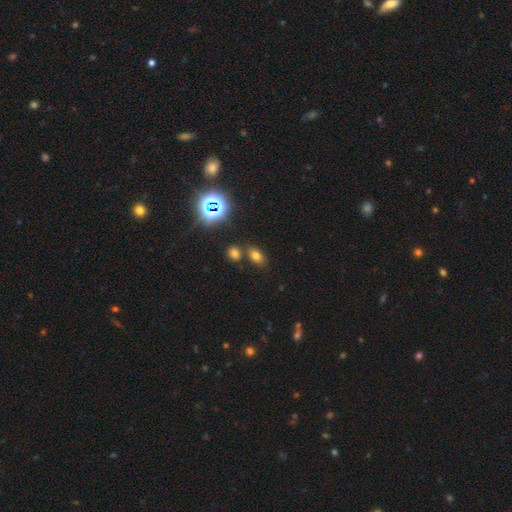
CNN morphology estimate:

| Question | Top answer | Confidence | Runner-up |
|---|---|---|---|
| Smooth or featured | smooth | 68% | star or artifact (23%) |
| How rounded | in between | 83% | round (15%) |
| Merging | none | 70% | merger (17%) |